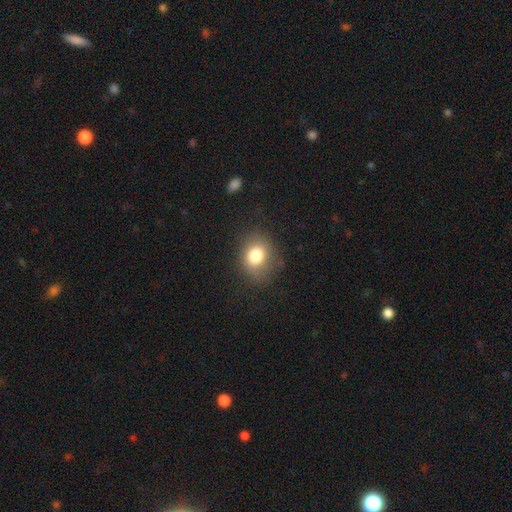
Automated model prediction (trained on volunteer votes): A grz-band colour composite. It shows a smooth galaxy with no disk features (79%) that is round (58%). Merging: none (75%).